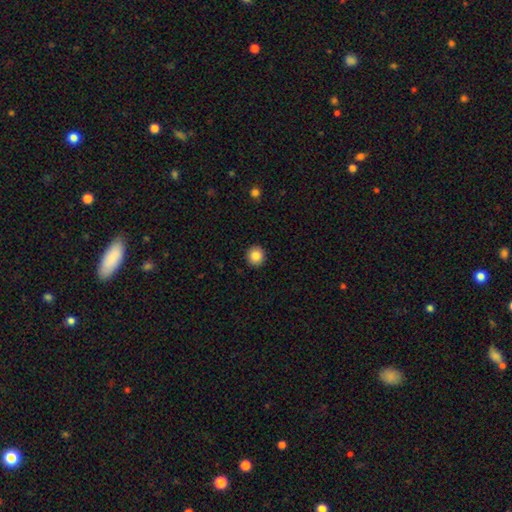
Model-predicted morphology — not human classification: smooth-or-featured: smooth: 85% | star or artifact: 9% | featured or disk: 6%
  how-rounded: round: 92% | in between: 7% | cigar-shaped: 1%
  merging: none: 93% | minor disturbance: 5% | major disturbance: 1% | merger: 1%